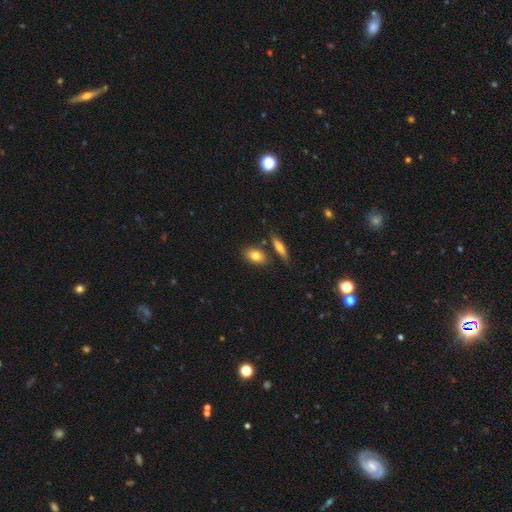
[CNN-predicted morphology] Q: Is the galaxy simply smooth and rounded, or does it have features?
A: smooth — 78%.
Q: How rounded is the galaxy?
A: in between — 83%.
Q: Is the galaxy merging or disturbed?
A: none — 73%.